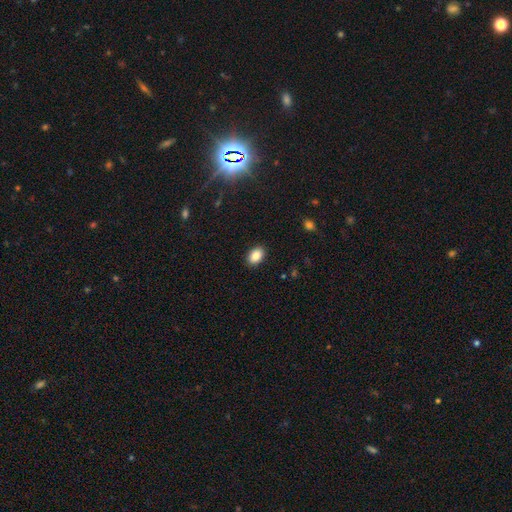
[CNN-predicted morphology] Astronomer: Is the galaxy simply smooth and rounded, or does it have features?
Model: smooth — 86%.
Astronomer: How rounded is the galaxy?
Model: in between — 85%.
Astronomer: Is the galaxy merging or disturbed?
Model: none — 89%.